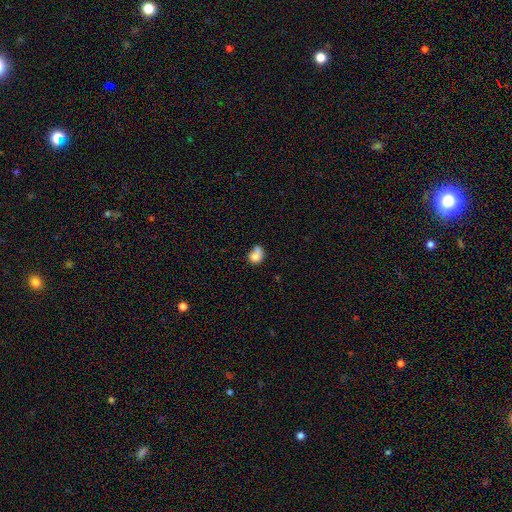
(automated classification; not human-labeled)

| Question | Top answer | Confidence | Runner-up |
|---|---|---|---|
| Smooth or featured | smooth | 74% | featured or disk (16%) |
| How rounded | round | 58% | in between (41%) |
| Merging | merger | 40% | none (30%) |